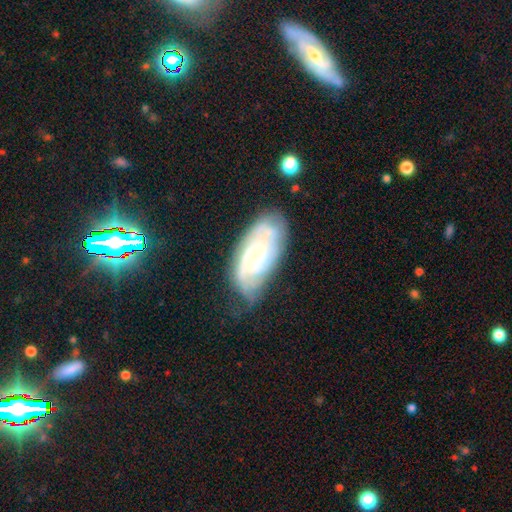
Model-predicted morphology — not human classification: This appears to be a featured or disk galaxy (73%) with no bar (68%), tight (61%) spiral arms (89%) and a small central bulge (48%). Merging: none (62%).